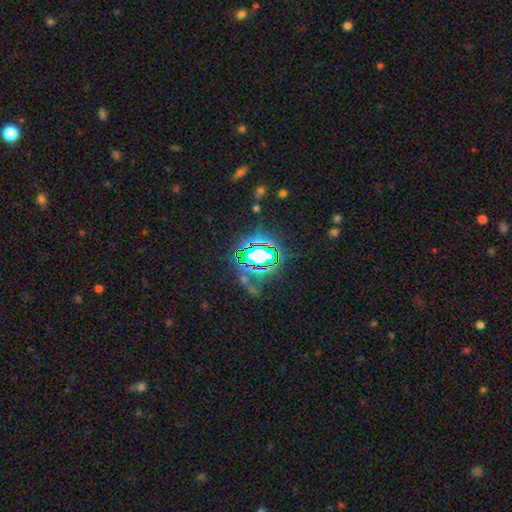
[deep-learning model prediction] smooth_or_featured: star or artifact (p=0.73) [alt: smooth p=0.16]